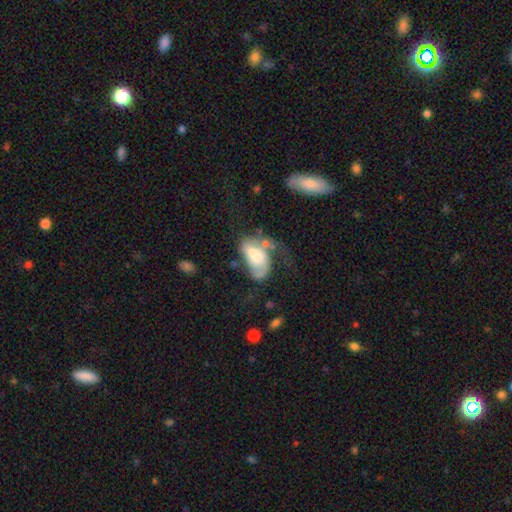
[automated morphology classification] smooth_or_featured: featured or disk (p=0.51) [alt: smooth p=0.41]
disk_edge_on: no (p=0.96) [alt: yes p=0.04]
merging: major disturbance (p=0.41) [alt: none p=0.21]